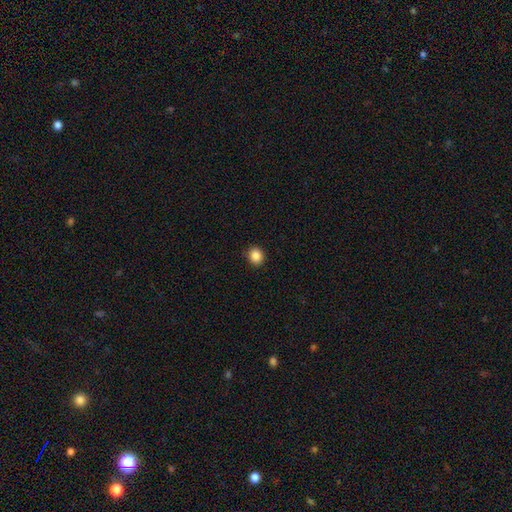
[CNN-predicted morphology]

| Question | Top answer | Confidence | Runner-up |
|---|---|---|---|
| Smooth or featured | smooth | 86% | star or artifact (10%) |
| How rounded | round | 83% | in between (17%) |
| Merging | none | 90% | minor disturbance (7%) |